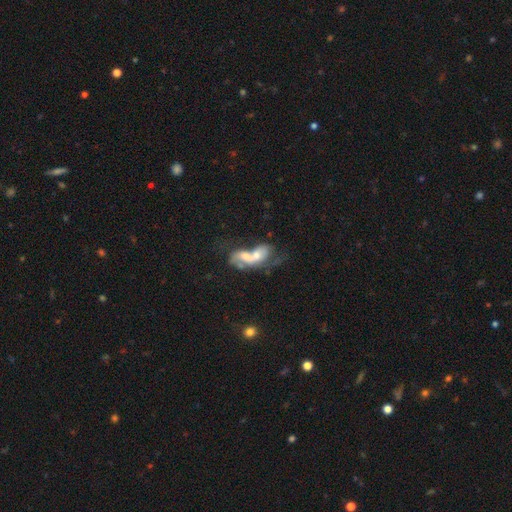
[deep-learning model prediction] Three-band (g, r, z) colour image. It shows a featured or disk galaxy (50%). Merging: merger (70%).